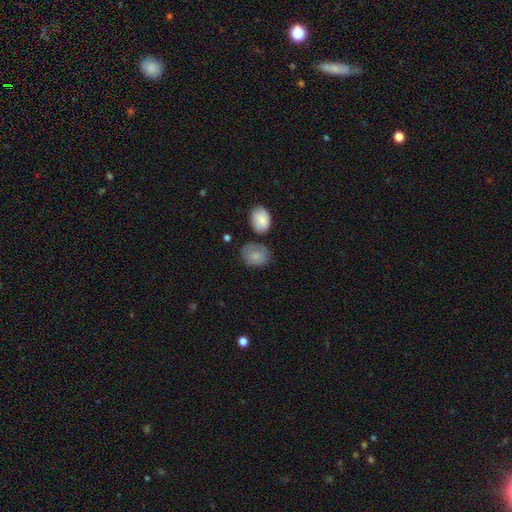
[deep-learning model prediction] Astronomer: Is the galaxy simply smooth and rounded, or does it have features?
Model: smooth — 80%.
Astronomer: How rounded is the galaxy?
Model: in between — 56% (runner-up: round, 43%).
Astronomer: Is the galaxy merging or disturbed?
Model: none — 59%.